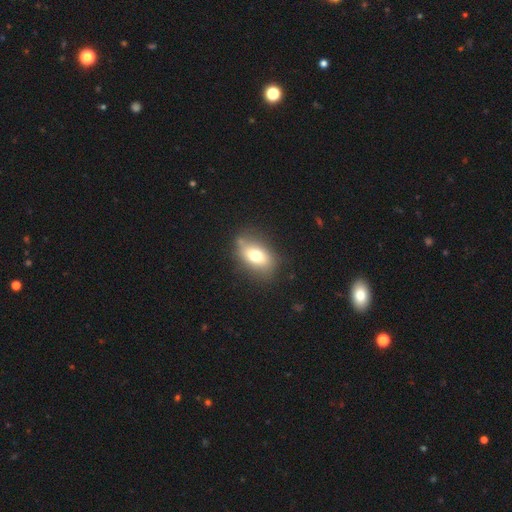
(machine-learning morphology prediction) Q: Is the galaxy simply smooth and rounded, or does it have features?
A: smooth — 70%.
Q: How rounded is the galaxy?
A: in between — 83%.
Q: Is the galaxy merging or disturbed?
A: none — 75%.